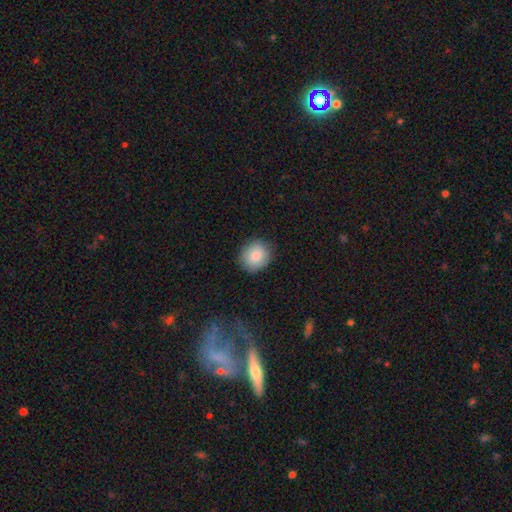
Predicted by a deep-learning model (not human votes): smooth-or-featured: smooth: 84% | featured or disk: 9% | star or artifact: 7%
  how-rounded: round: 70% | in between: 29% | cigar-shaped: 1%
  merging: none: 87% | minor disturbance: 10% | major disturbance: 2% | merger: 1%